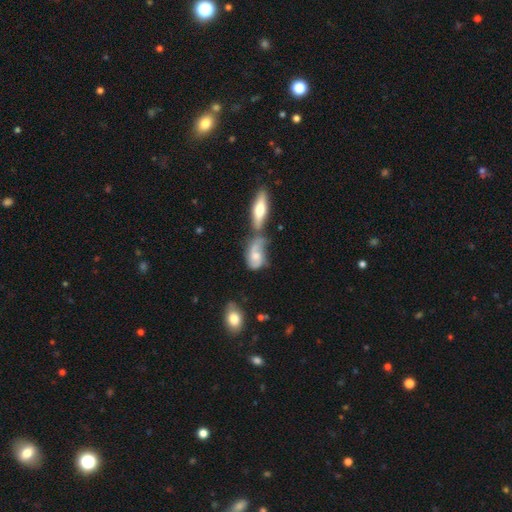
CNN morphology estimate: Smooth or featured? Predicted: featured or disk (p=0.57). Edge-on disk? Predicted: no (p=0.90). Bar? Predicted: no (p=0.69). Spiral arms? Predicted: yes (p=0.80). Bulge size? Predicted: moderate (p=0.53). Merging? Predicted: merger (p=0.43).